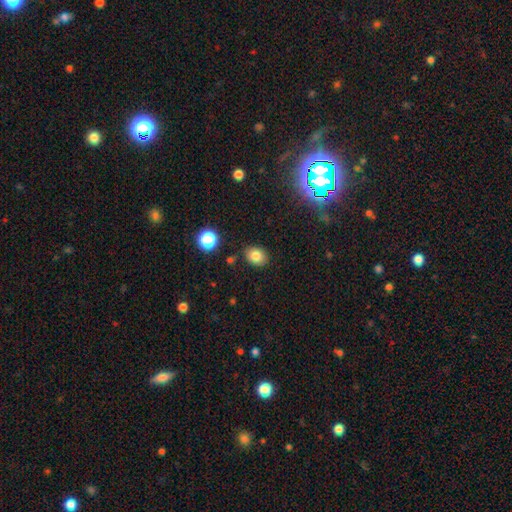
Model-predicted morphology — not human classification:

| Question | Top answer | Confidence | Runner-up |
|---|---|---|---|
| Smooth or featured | smooth | 80% | star or artifact (12%) |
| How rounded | in between | 59% | round (40%) |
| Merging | none | 85% | minor disturbance (10%) |